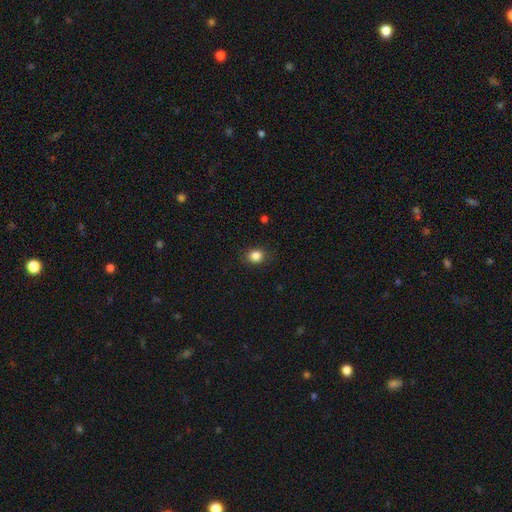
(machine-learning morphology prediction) A smooth galaxy with no disk features (85%) that is round (64%).

Vote fractions:
- Smooth or featured? smooth: 85% / star or artifact: 11% / featured or disk: 5%
- How rounded? round: 64% / in between: 35% / cigar-shaped: 1%
- Merging? none: 86% / minor disturbance: 10% / major disturbance: 3% / merger: 1%